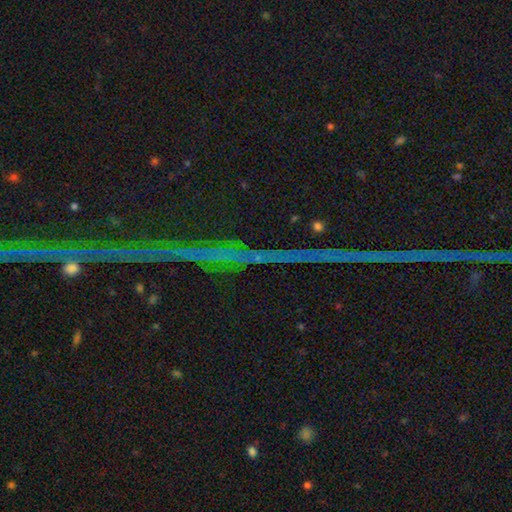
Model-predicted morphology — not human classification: star or artifact 84%, featured or disk 10%, smooth 6%.